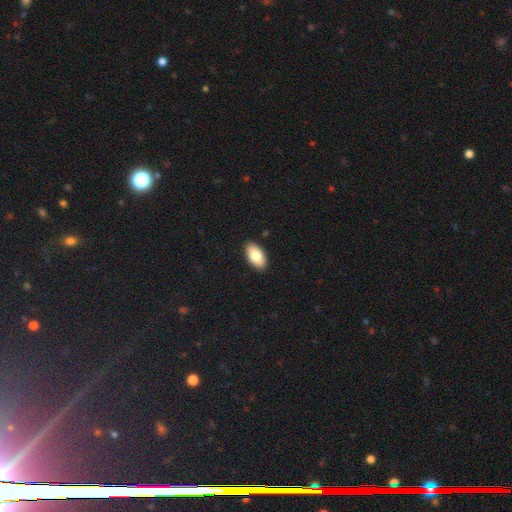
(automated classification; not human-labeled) This appears to be a smooth galaxy with no disk features (83%) that is in between round and cigar-shaped (95%). Merging: none (91%).